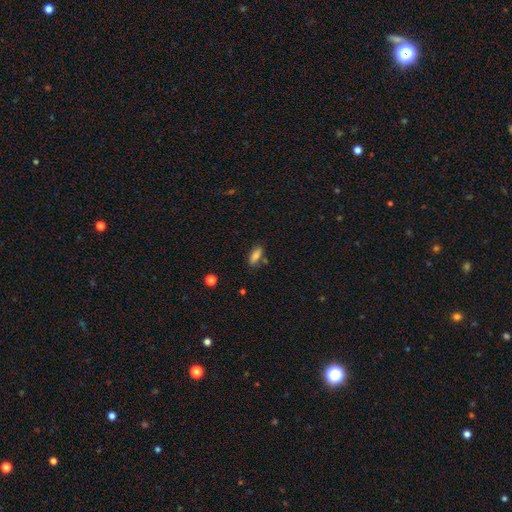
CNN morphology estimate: Q: Smooth or featured?
A: smooth (82%); runner-up: featured or disk (10%)
Q: How rounded?
A: in between (73%); runner-up: cigar-shaped (24%)
Q: Merging?
A: none (77%); runner-up: minor disturbance (13%)